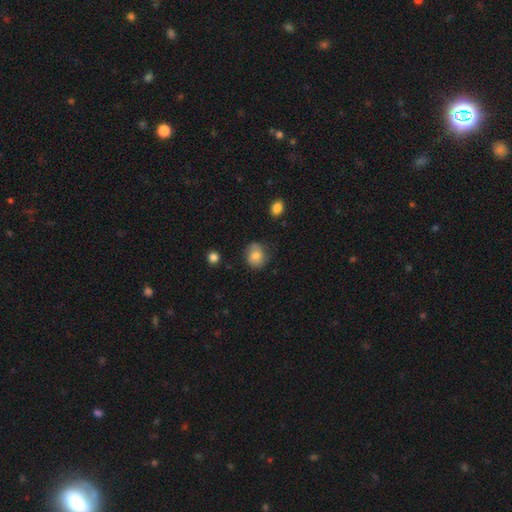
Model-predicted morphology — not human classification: A smooth galaxy with no disk features (74%) that is round (72%). Merging: none (68%).